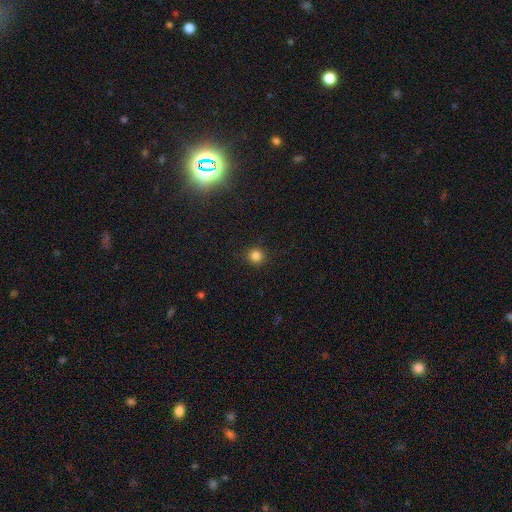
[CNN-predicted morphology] Smooth or featured: smooth — 83% (star or artifact — 13%)
How rounded: round — 94% (in between — 5%)
Merging: none — 91% (minor disturbance — 6%)